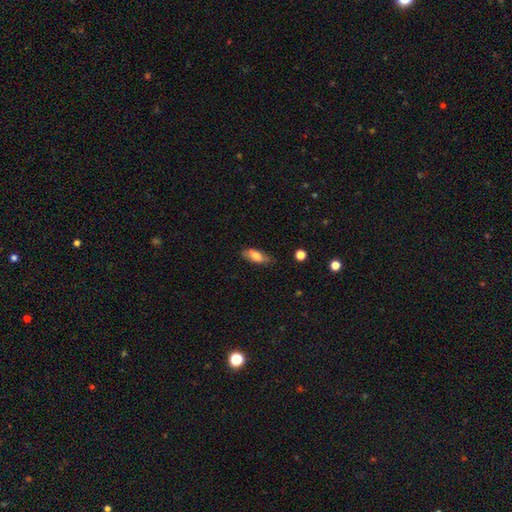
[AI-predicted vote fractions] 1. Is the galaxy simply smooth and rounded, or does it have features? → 75% smooth, 18% featured or disk, 7% star or artifact.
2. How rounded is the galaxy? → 75% in between, 22% cigar-shaped, 3% round.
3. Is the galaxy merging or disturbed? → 73% none, 21% minor disturbance, 5% major disturbance, 2% merger.